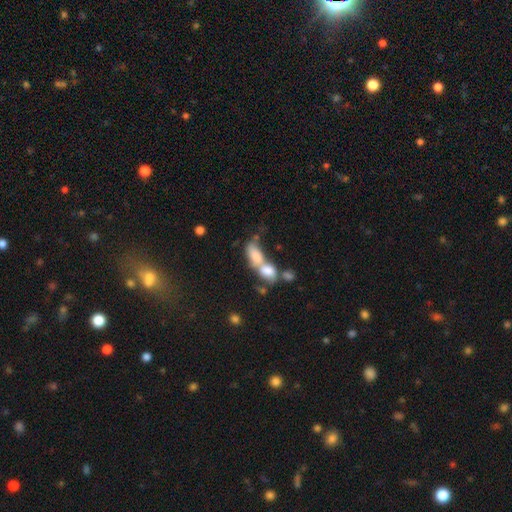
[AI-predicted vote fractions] A smooth galaxy with no disk features (72%) that is in between round and cigar-shaped (83%).

Vote fractions:
- Smooth or featured? smooth: 72% / featured or disk: 18% / star or artifact: 9%
- How rounded? in between: 83% / round: 9% / cigar-shaped: 8%
- Merging? merger: 73% / none: 13% / major disturbance: 7% / minor disturbance: 6%